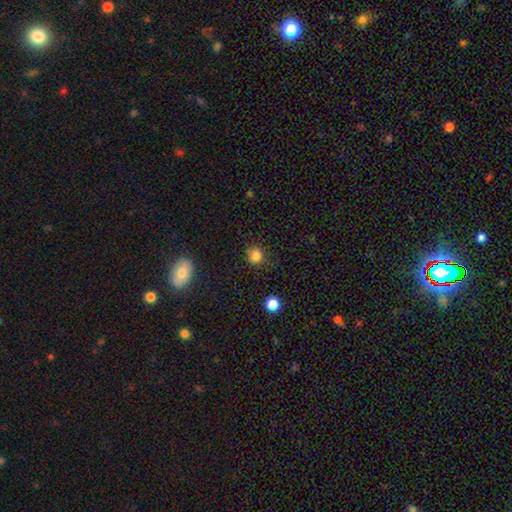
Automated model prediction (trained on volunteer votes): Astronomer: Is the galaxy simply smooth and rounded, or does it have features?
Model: smooth — 83%.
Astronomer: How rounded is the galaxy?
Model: round — 90%.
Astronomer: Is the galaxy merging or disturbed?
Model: none — 87%.